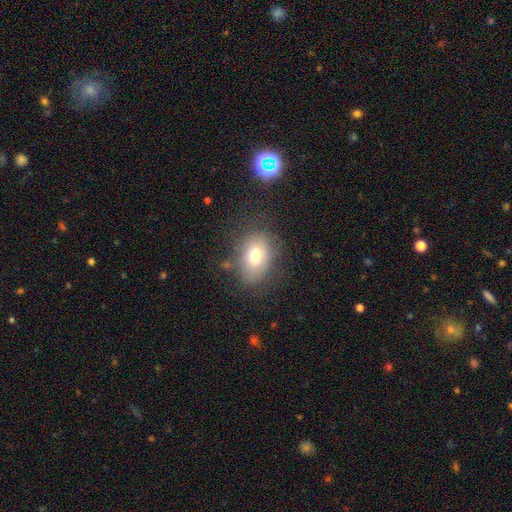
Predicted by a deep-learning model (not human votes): This is likely a smooth galaxy (73%). How rounded: likely in between (72%). Merging: likely none (75%).